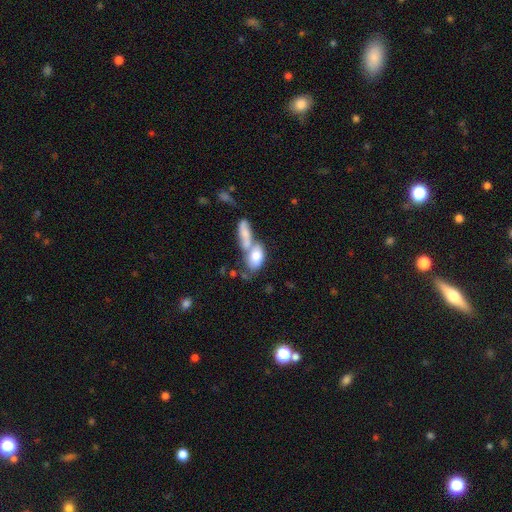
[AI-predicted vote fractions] smooth_or_featured: smooth (p=0.76) [alt: featured or disk p=0.18]
how_rounded: in between (p=0.86) [alt: round p=0.08]
merging: merger (p=0.63) [alt: none p=0.22]